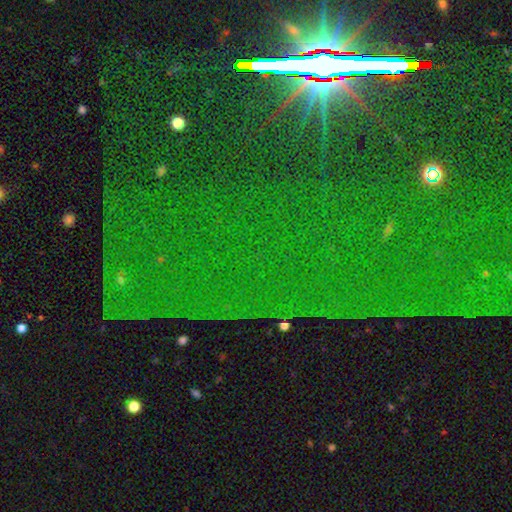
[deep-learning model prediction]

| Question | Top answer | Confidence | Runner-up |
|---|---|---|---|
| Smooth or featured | star or artifact | 84% | featured or disk (8%) |